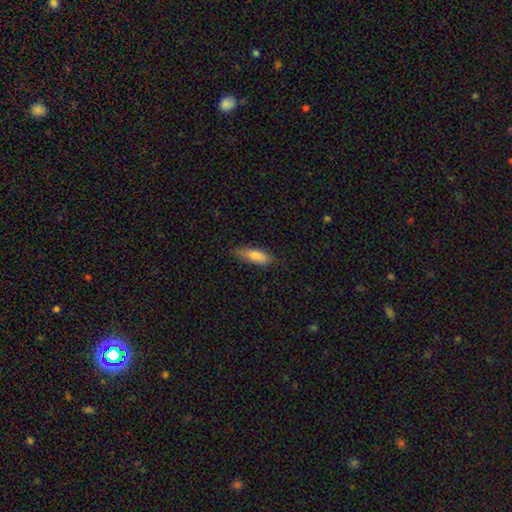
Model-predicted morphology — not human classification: smooth-or-featured: smooth: 79% | featured or disk: 15% | star or artifact: 7%
  how-rounded: in between: 59% | cigar-shaped: 39% | round: 2%
  merging: none: 79% | minor disturbance: 17% | major disturbance: 3% | merger: 1%